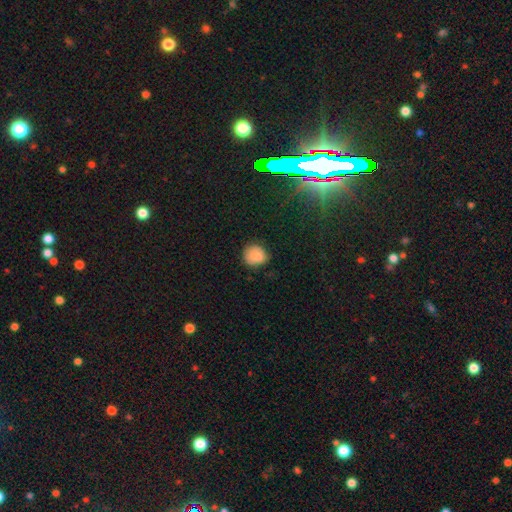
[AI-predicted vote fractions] Smooth or featured?
  - smooth: 82% *
  - star or artifact: 11%
  - featured or disk: 8%
How rounded?
  - round: 80% *
  - in between: 19%
  - cigar-shaped: 1%
Merging?
  - none: 68% *
  - minor disturbance: 25%
  - major disturbance: 5%
  - merger: 2%